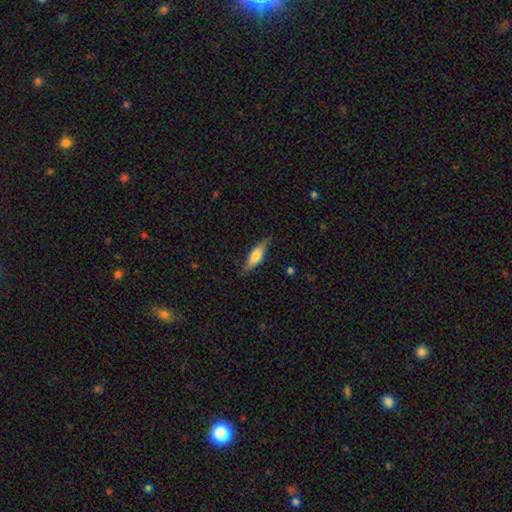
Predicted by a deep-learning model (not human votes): Smooth or featured?
  - smooth: 57% *
  - featured or disk: 37%
  - star or artifact: 6%
How rounded?
  - cigar-shaped: 54% *
  - in between: 43%
  - round: 2%
Merging?
  - none: 78% *
  - minor disturbance: 17%
  - major disturbance: 3%
  - merger: 1%